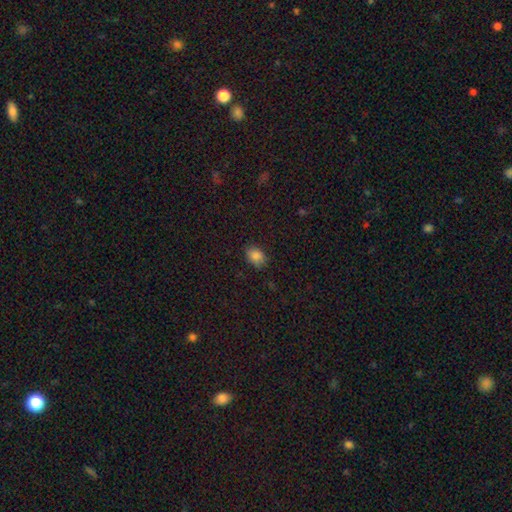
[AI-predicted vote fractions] smooth-or-featured: smooth: 85% | star or artifact: 11% | featured or disk: 4%
  how-rounded: in between: 75% | round: 24% | cigar-shaped: 1%
  merging: none: 82% | minor disturbance: 14% | major disturbance: 3% | merger: 1%